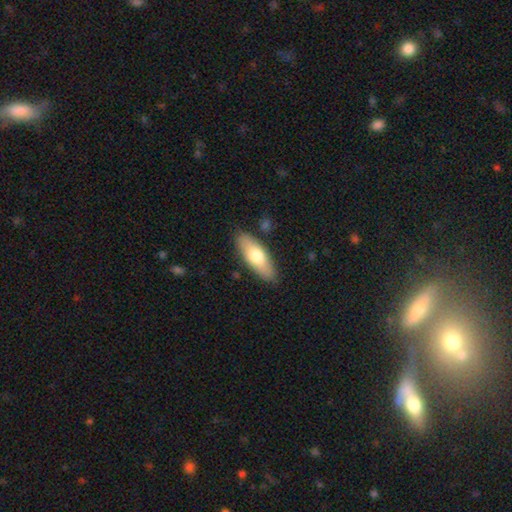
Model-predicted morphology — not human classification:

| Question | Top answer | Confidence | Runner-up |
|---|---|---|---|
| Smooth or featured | smooth | 68% | featured or disk (27%) |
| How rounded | in between | 70% | cigar-shaped (28%) |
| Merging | none | 85% | minor disturbance (10%) |